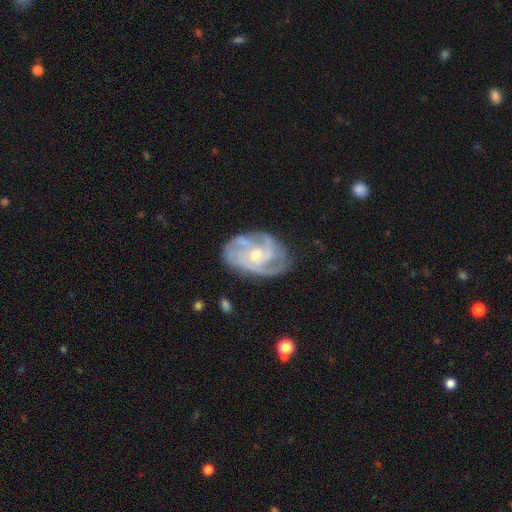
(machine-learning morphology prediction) The model was most divided on "spiral arm count": 3: 29%, can't tell: 28%, 2: 17%, 4: 15%, more than 4: 5%, 1: 5%. More confident: edge-on disk — no (97%); spiral arms — yes (93%); smooth or featured — featured or disk (84%); merging — none (69%); bar — no (69%); bulge size — small (56%); spiral winding — tight (52%).